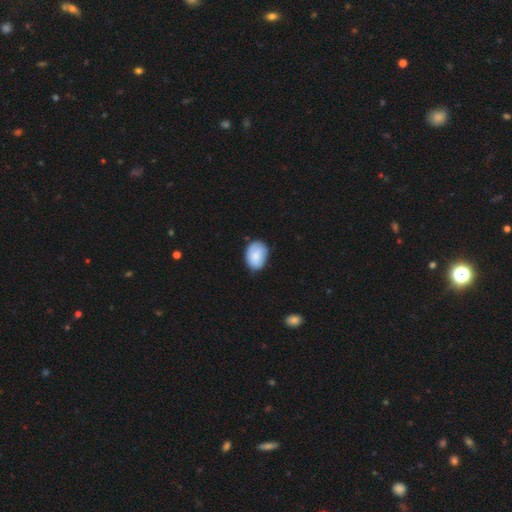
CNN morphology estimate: Q: Smooth or featured?
A: smooth (79%); runner-up: featured or disk (14%)
Q: How rounded?
A: in between (76%); runner-up: round (23%)
Q: Merging?
A: none (71%); runner-up: minor disturbance (24%)